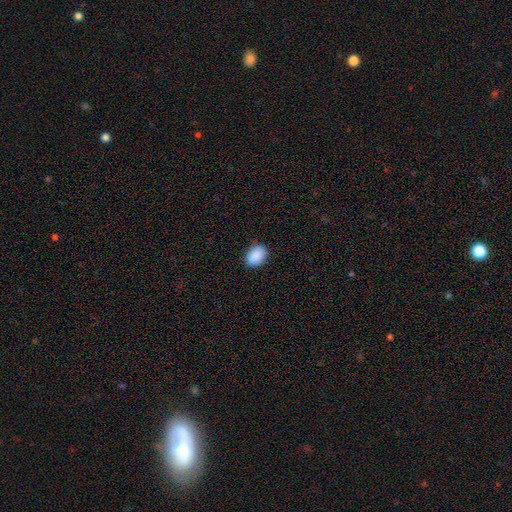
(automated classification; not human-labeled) This is clearly a smooth galaxy (90%). How rounded: likely in between (72%). Merging: clearly none (86%).